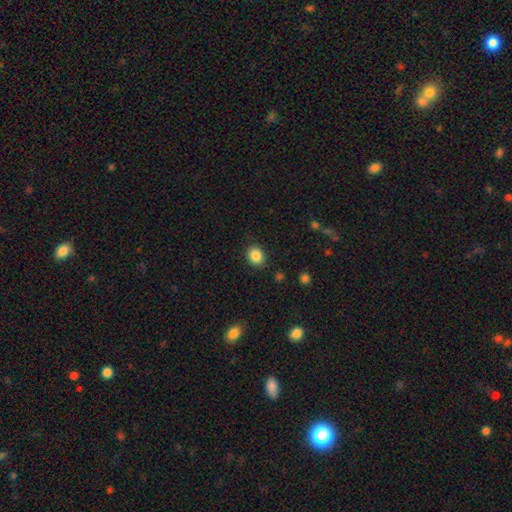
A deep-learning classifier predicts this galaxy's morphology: Smooth or featured?
  - smooth: 86% *
  - star or artifact: 10%
  - featured or disk: 4%
How rounded?
  - round: 63% *
  - in between: 36%
  - cigar-shaped: 1%
Merging?
  - none: 88% *
  - minor disturbance: 8%
  - major disturbance: 2%
  - merger: 1%